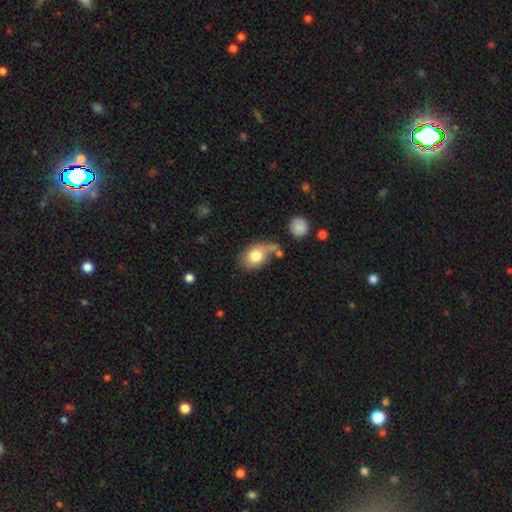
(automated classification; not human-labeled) Smooth or featured? smooth (77%)
How rounded? in between (70%)
Merging? none (44%)